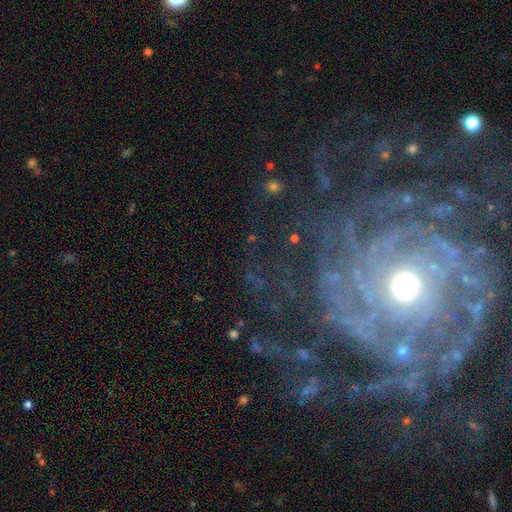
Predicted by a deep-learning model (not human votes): smooth-or-featured: featured or disk: 87% | star or artifact: 8% | smooth: 5%
  disk-edge-on: no: 97% | yes: 3%
    bar: no: 72% | weak: 17% | strong: 11%
    has-spiral-arms: yes: 96% | no: 4%
      spiral-winding: tight: 75% | medium: 19% | loose: 6%
      spiral-arm-count: more than 4: 32% | can't tell: 23% | 4: 14% | 3: 12% | 2: 10% | 1: 8%
    bulge-size: moderate: 62% | small: 30% | large: 6% | dominant: 1% | none: 1%
  merging: none: 70% | major disturbance: 14% | minor disturbance: 14% | merger: 2%